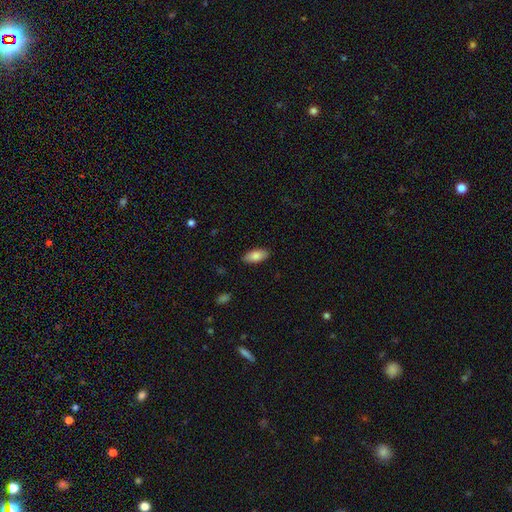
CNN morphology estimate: Smooth or featured? Predicted: smooth (p=0.82). How rounded? Predicted: in between (p=0.90). Merging? Predicted: none (p=0.89).